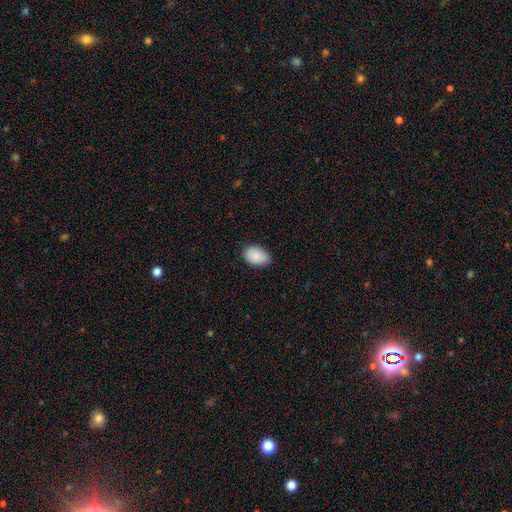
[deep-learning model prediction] Smooth or featured?
  - smooth: 88% *
  - star or artifact: 7%
  - featured or disk: 6%
How rounded?
  - in between: 87% *
  - round: 12%
  - cigar-shaped: 1%
Merging?
  - none: 80% *
  - minor disturbance: 16%
  - major disturbance: 2%
  - merger: 1%